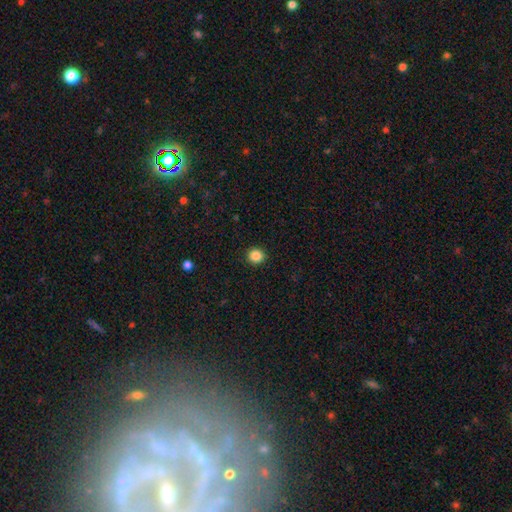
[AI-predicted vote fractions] Smooth or featured? smooth (86%)
How rounded? round (92%)
Merging? none (93%)